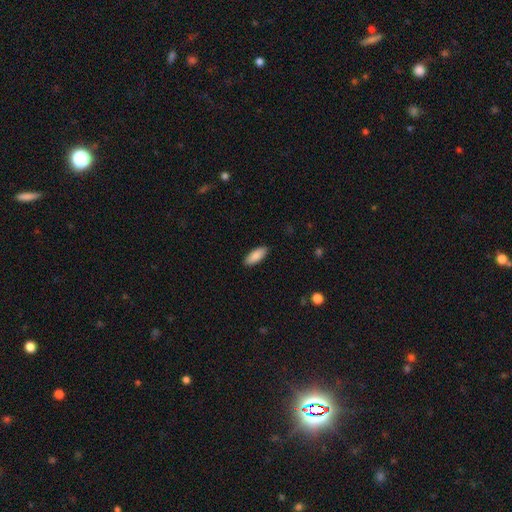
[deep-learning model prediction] A smooth galaxy with no disk features (86%) that is in between round and cigar-shaped (80%). Merging: none (89%).